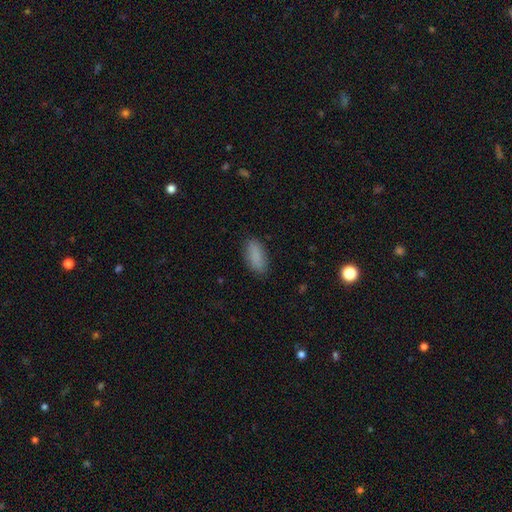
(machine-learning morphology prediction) Overall: smooth (88%). How rounded: in between (86%). Merging: none (86%).